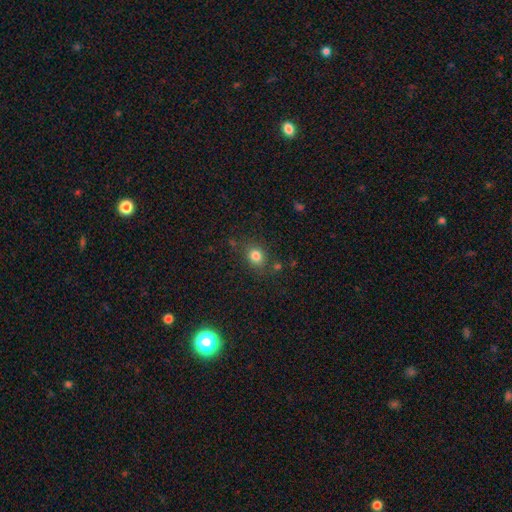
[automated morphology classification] type=smooth (81%); roundness=round (62%); merging=none (78%).